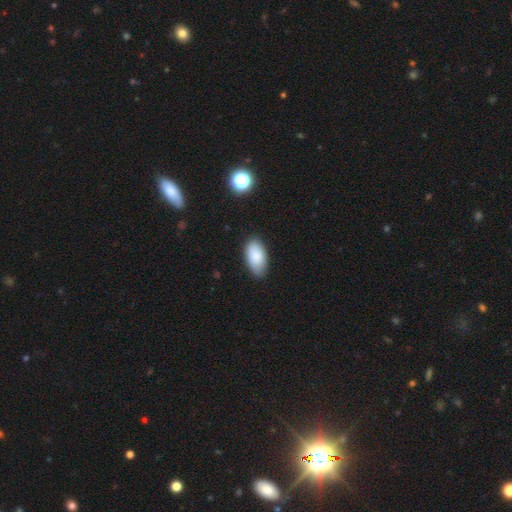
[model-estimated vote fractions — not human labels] This appears to be a smooth galaxy with no disk features (86%) that is in between round and cigar-shaped (94%). Merging: none (81%).